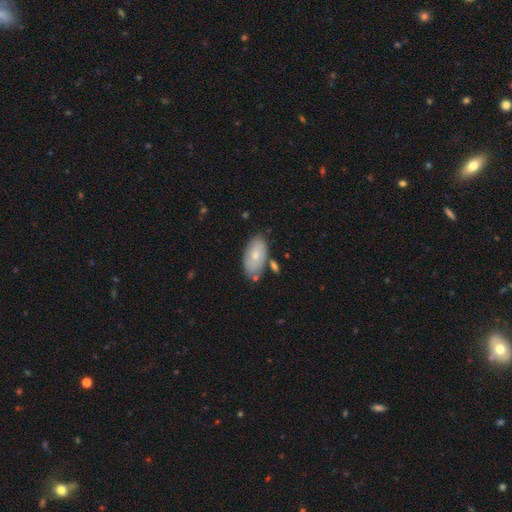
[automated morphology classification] type=smooth (68%); roundness=in between (94%); merging=none (71%).